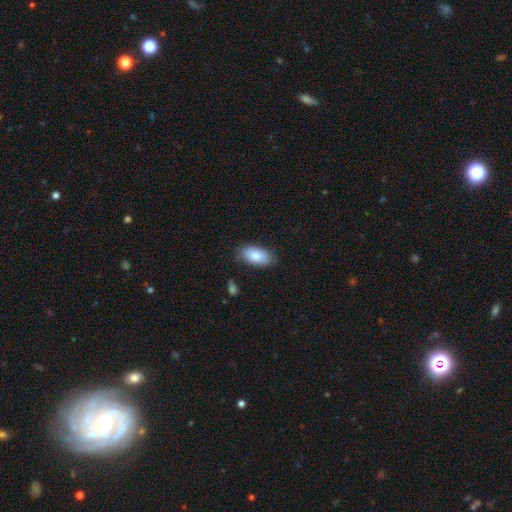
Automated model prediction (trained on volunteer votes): smooth_or_featured: smooth (p=0.82) [alt: featured or disk p=0.12]
how_rounded: in between (p=0.94) [alt: round p=0.04]
merging: none (p=0.79) [alt: minor disturbance p=0.16]